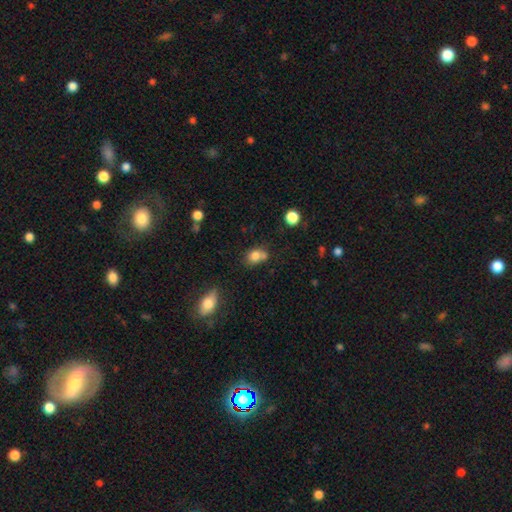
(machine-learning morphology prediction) Smooth or featured? Predicted: smooth (p=0.78). How rounded? Predicted: in between (p=0.49, tied with round). Merging? Predicted: none (p=0.43).